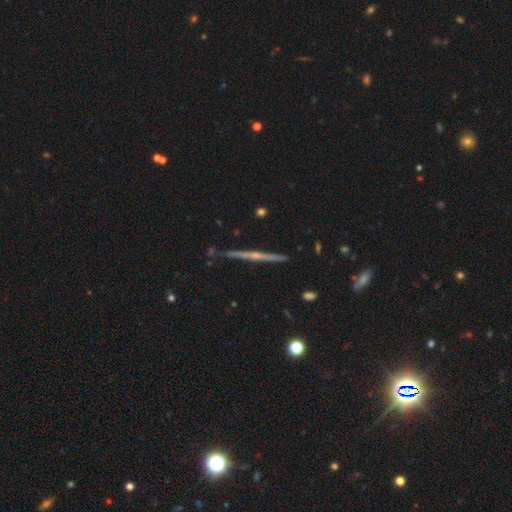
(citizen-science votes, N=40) smooth_or_featured: featured or disk (p=0.72) [alt: smooth p=0.15]
disk_edge_on: yes (p=1.00)
edge_on_bulge: rounded (p=0.86) [alt: none p=0.14]
merging: none (p=0.77) [alt: minor disturbance p=0.17]